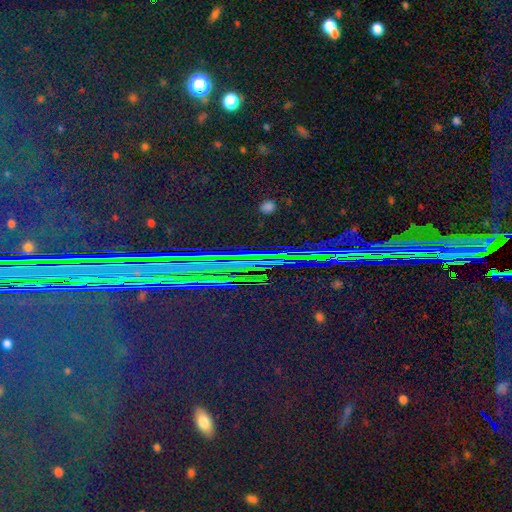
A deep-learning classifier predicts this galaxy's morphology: This appears to be a star or artifact, not a galaxy (85%).